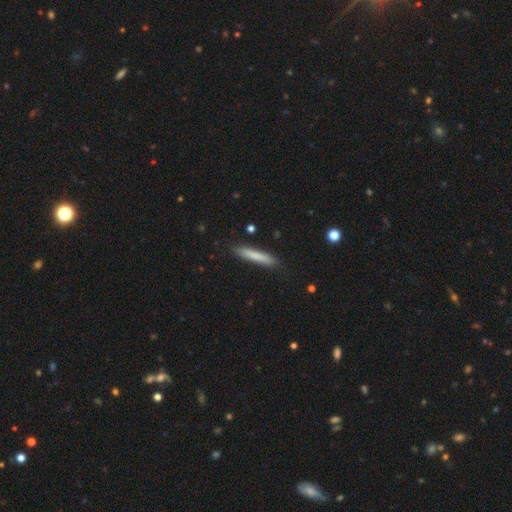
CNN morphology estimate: A smooth galaxy with no disk features (79%) that is cigar-shaped (93%).

Vote fractions:
- Smooth or featured? smooth: 79% / featured or disk: 15% / star or artifact: 6%
- How rounded? cigar-shaped: 93% / in between: 6% / round: 1%
- Merging? none: 87% / minor disturbance: 9% / major disturbance: 2% / merger: 1%